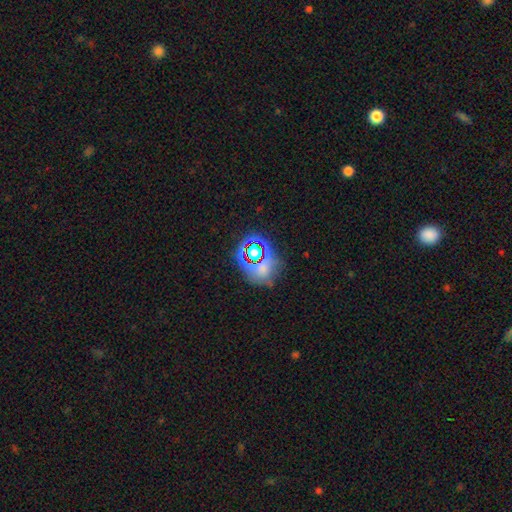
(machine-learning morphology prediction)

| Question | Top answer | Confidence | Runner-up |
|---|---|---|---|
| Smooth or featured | star or artifact | 49% | smooth (37%) |